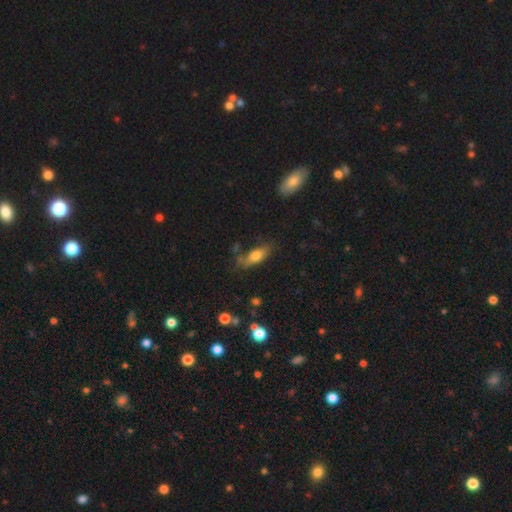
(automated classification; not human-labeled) A smooth galaxy with no disk features (72%) that is in between round and cigar-shaped (70%). Merging: none (63%).